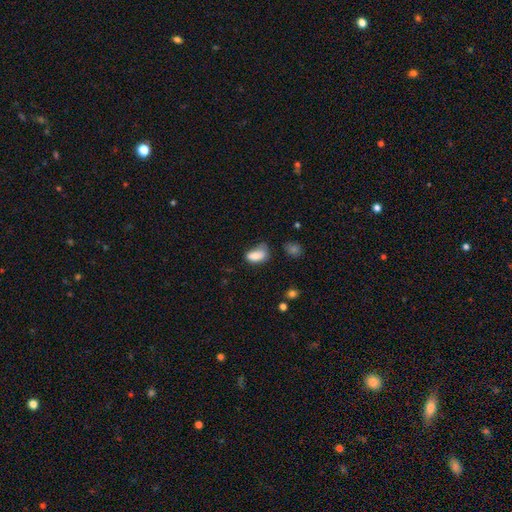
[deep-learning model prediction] Q: Smooth or featured?
A: smooth (82%); runner-up: star or artifact (10%)
Q: How rounded?
A: in between (89%); runner-up: round (6%)
Q: Merging?
A: minor disturbance (37%); runner-up: none (35%)